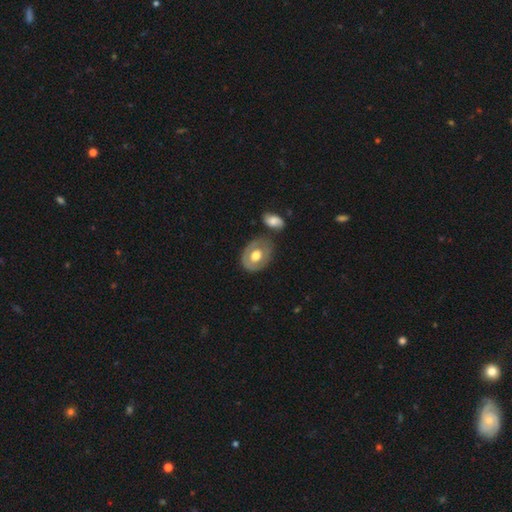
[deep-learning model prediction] smooth-or-featured: smooth: 48% | featured or disk: 47% | star or artifact: 5%
  merging: none: 66% | minor disturbance: 18% | merger: 9% | major disturbance: 7%